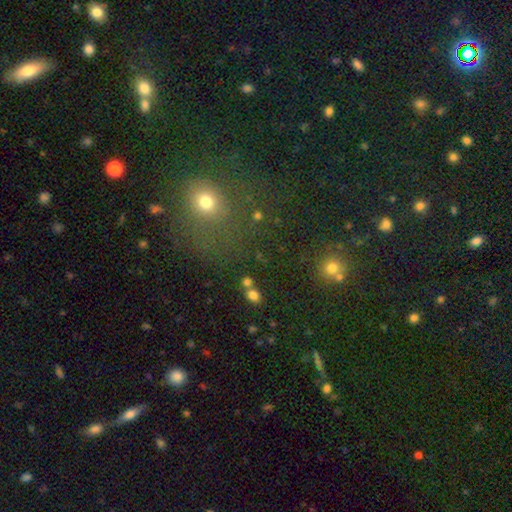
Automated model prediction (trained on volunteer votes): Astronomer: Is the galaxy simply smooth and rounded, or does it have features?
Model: smooth — 54% (runner-up: star or artifact, 37%).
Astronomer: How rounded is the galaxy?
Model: round — 79%.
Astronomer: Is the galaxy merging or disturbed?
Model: none — 73%.